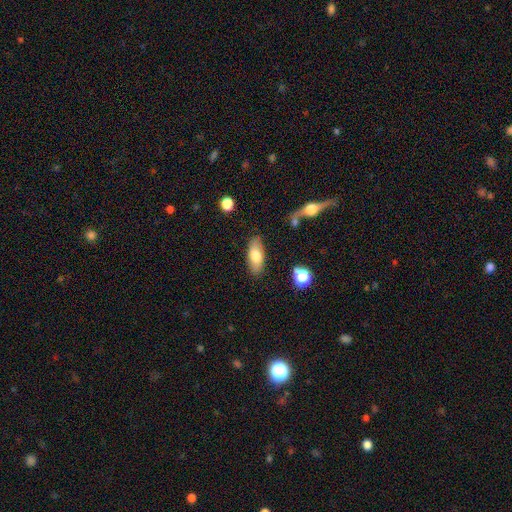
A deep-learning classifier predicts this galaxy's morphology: type=smooth (75%); roundness=in between (82%); merging=none (83%).